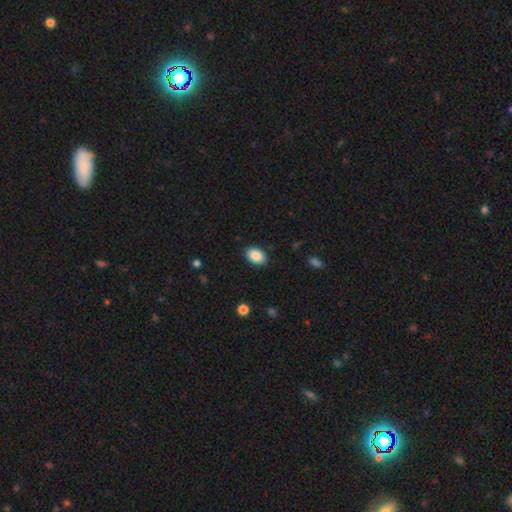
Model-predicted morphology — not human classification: This is clearly a smooth galaxy (88%). How rounded: clearly in between (86%). Merging: clearly none (88%).